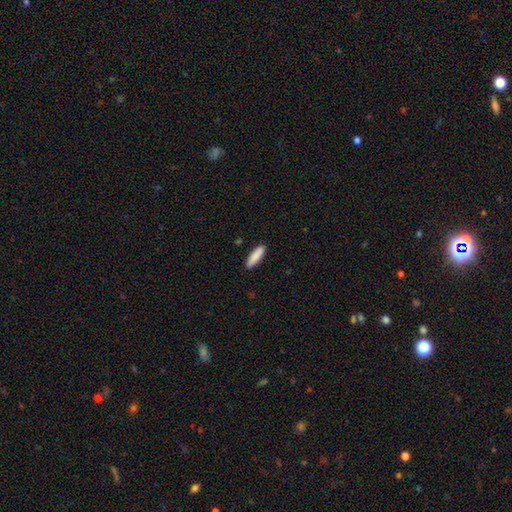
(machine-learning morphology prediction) Smooth or featured?
  - smooth: 88% *
  - featured or disk: 7%
  - star or artifact: 6%
How rounded?
  - cigar-shaped: 64% *
  - in between: 35%
  - round: 2%
Merging?
  - none: 90% *
  - minor disturbance: 8%
  - major disturbance: 2%
  - merger: 1%